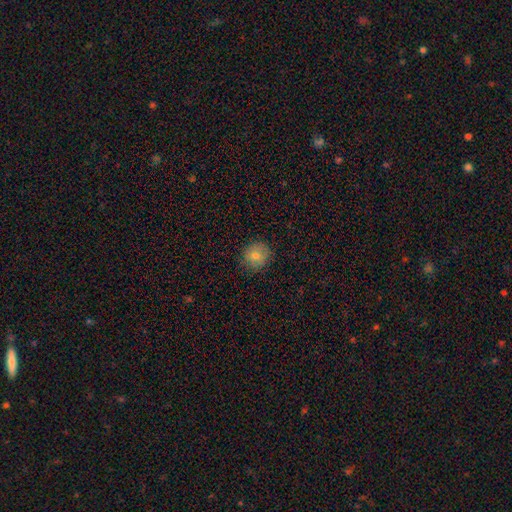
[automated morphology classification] Overall: smooth (79%). How rounded: round (90%). Merging: none (87%).